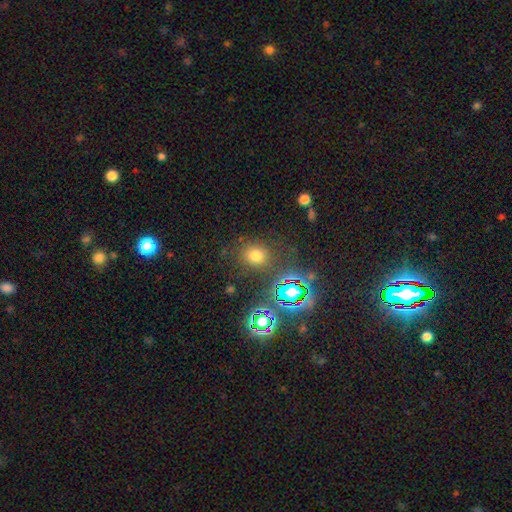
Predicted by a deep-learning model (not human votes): This appears to be a smooth galaxy with no disk features (67%) that is round (65%). Merging: none (79%).